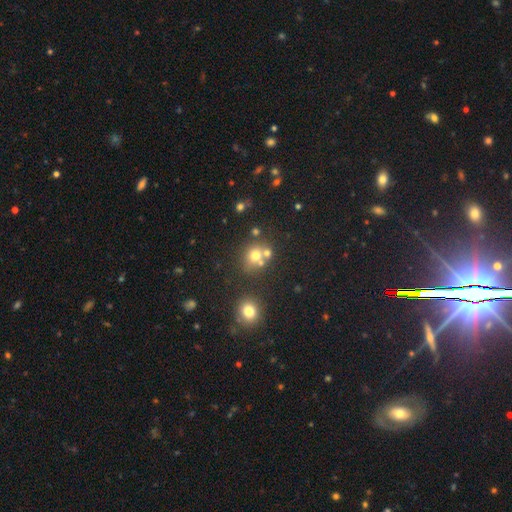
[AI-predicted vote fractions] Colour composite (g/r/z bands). It shows a smooth galaxy with no disk features (69%) that is round (80%). Merging: none (56%).